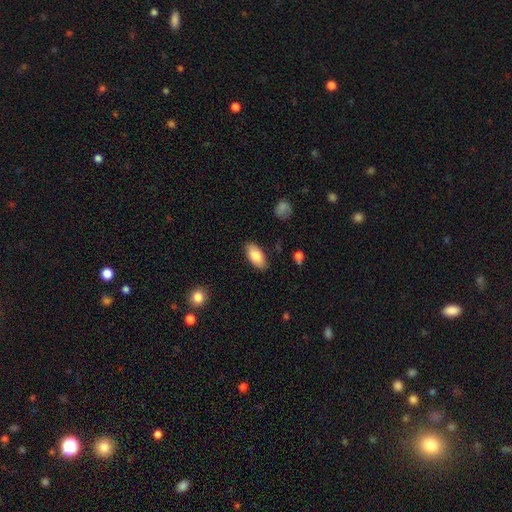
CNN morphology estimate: type=smooth (86%); roundness=in between (93%); merging=none (86%).